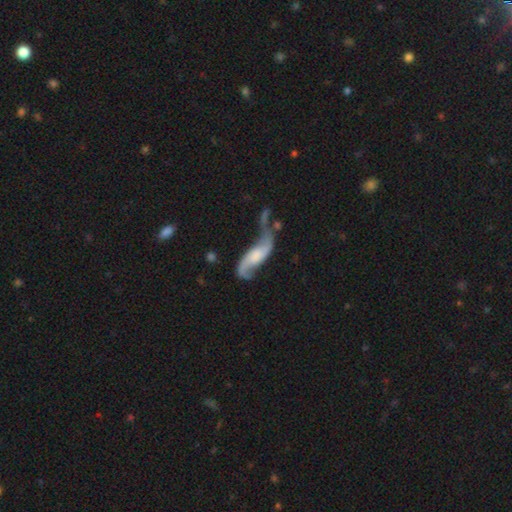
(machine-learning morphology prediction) Smooth or featured? featured or disk (83%)
Edge-on disk? no (91%)
Bar? no (51%)
Spiral arms? yes (94%)
Spiral winding? loose (82%)
Spiral arm count? 2 (91%)
Bulge size? moderate (28%, tied with none)
Merging? none (43%)